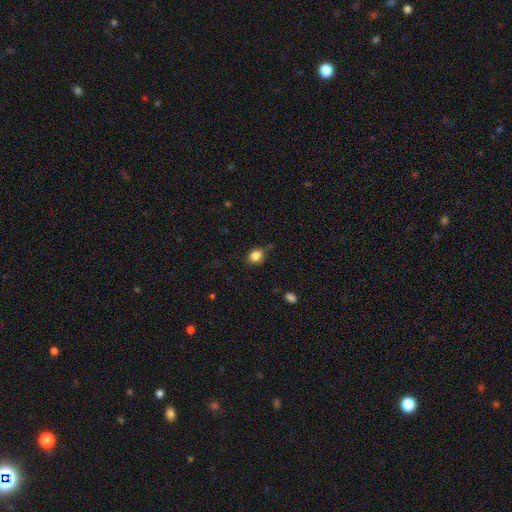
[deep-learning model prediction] Smooth or featured: smooth — 84% (star or artifact — 10%)
How rounded: round — 55% (in between — 44%)
Merging: none — 79% (minor disturbance — 16%)